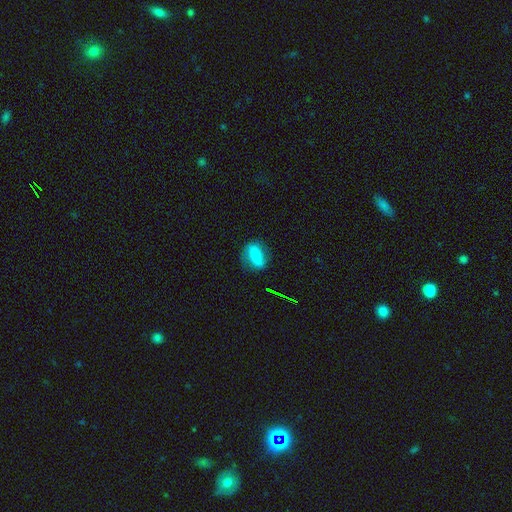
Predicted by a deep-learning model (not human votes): Smooth or featured? smooth (61%)
How rounded? in between (77%)
Merging? none (71%)